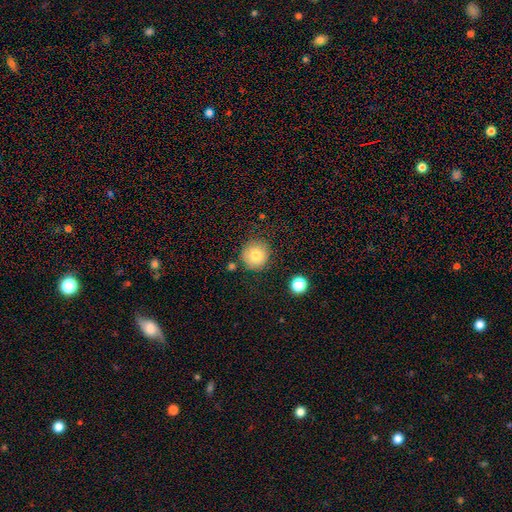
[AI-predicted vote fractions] smooth 80%, featured or disk 10%, star or artifact 10%. Down the decision tree: how rounded — round (94%); merging — none (83%).